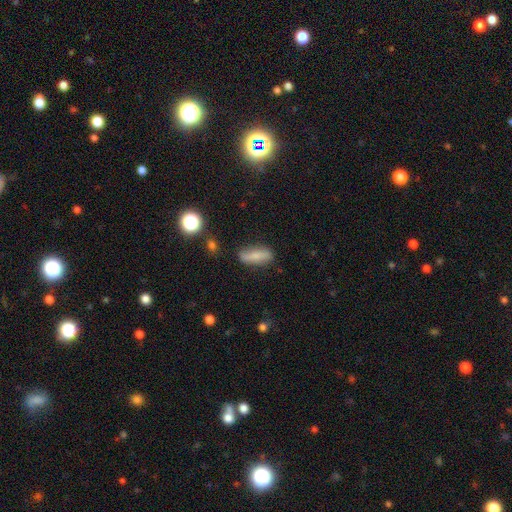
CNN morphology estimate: The model was most divided on "how rounded": in between: 56%, cigar-shaped: 40%, round: 4%. More confident: merging — none (80%); smooth or featured — smooth (70%).